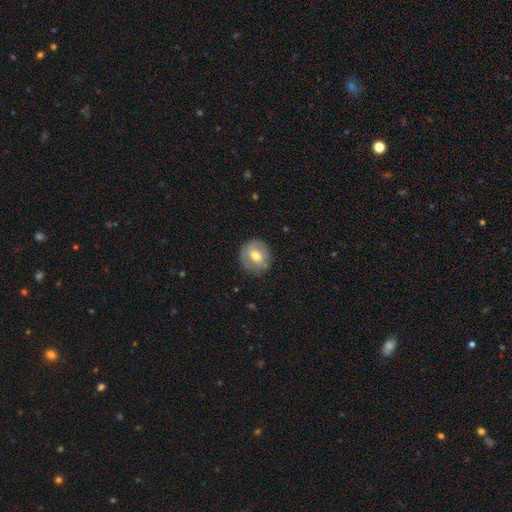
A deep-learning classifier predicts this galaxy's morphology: This appears to be a smooth galaxy with no disk features (59%) that is round (81%). Merging: none (82%).